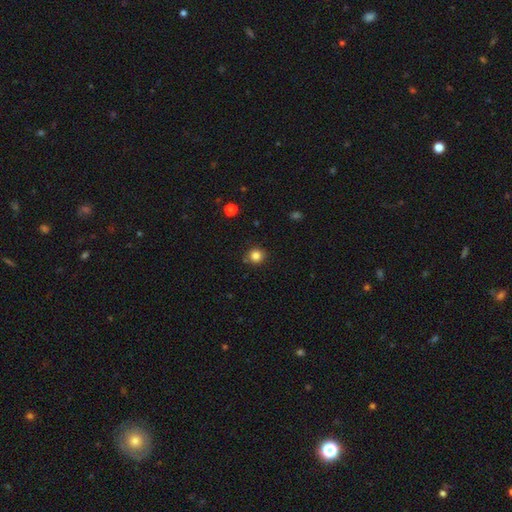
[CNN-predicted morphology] Overall: smooth (83%). How rounded: round (91%). Merging: none (86%).